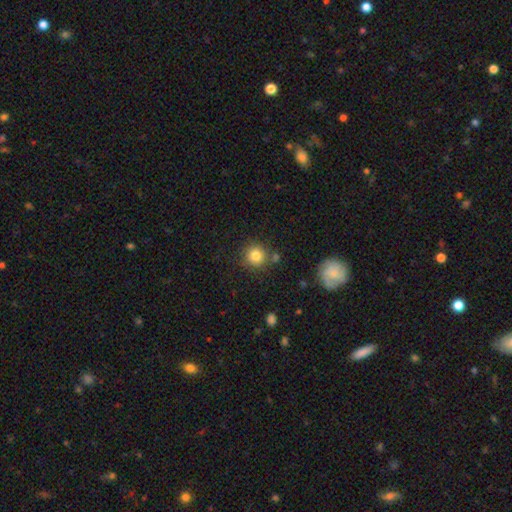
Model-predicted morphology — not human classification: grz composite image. It shows a smooth galaxy with no disk features (82%) that is round (92%). Merging: none (80%).